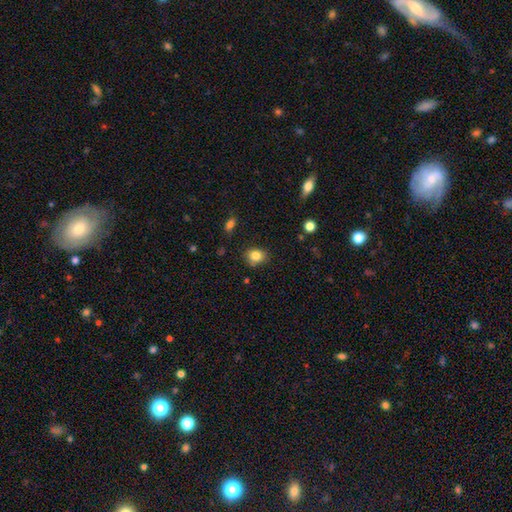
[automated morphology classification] A smooth galaxy with no disk features (84%) that is round (59%).

Vote fractions:
- Smooth or featured? smooth: 84% / star or artifact: 10% / featured or disk: 6%
- How rounded? round: 59% / in between: 40% / cigar-shaped: 1%
- Merging? none: 80% / minor disturbance: 15% / major disturbance: 3% / merger: 2%